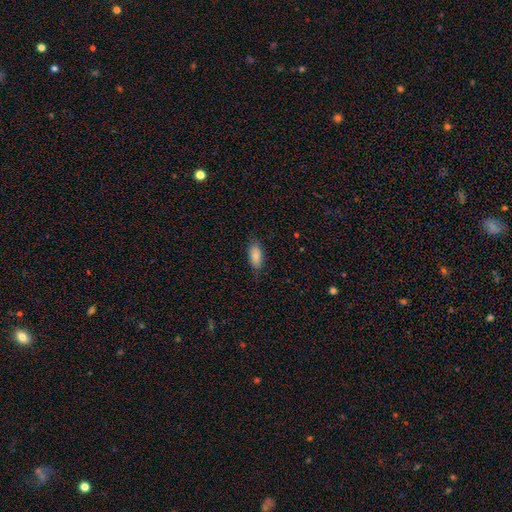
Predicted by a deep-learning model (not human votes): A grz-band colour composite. It shows a smooth galaxy with no disk features (86%) that is in between round and cigar-shaped (87%). Merging: none (79%).